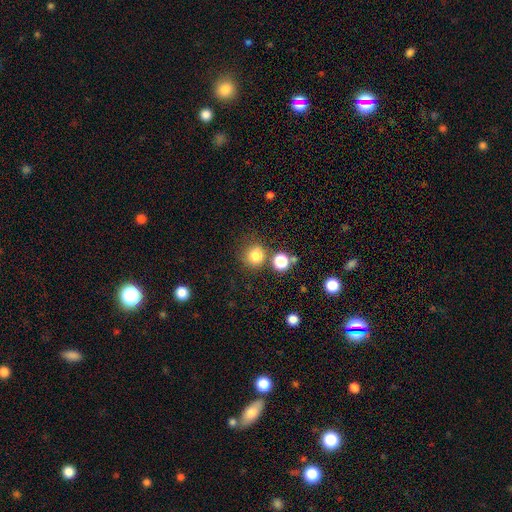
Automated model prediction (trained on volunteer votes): Smooth or featured? smooth (80%)
How rounded? round (91%)
Merging? none (75%)